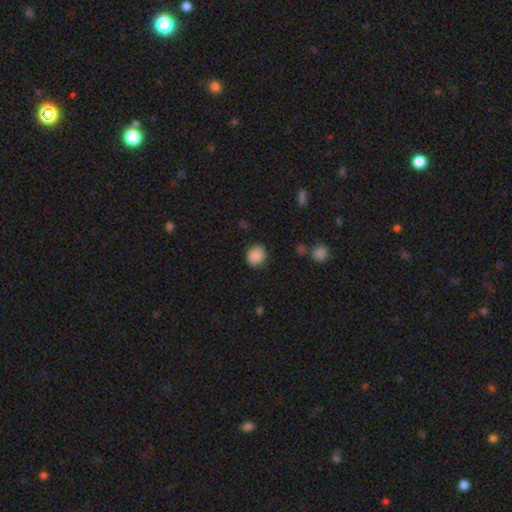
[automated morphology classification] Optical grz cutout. It shows a smooth galaxy with no disk features (84%) that is round (79%). Merging: none (74%).